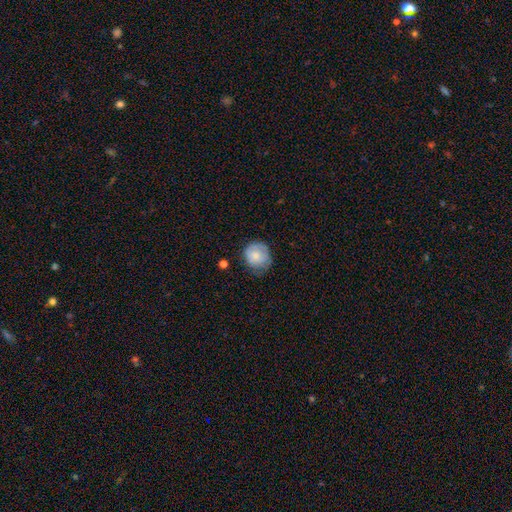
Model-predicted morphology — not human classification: Overall: smooth (76%). How rounded: round (81%). Merging: none (61%; minor disturbance 29%).